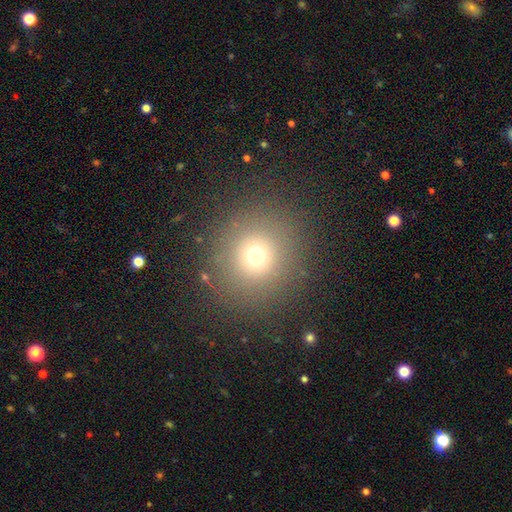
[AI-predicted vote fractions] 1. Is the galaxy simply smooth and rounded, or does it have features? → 69% smooth, 20% star or artifact, 11% featured or disk.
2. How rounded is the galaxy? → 91% round, 8% in between, 1% cigar-shaped.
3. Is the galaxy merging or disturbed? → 87% none, 7% minor disturbance, 5% major disturbance, 2% merger.